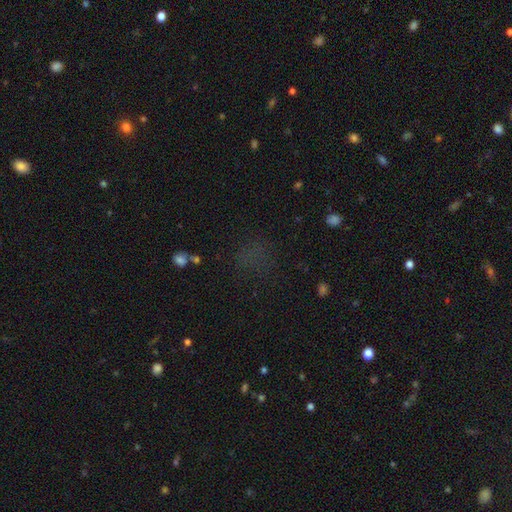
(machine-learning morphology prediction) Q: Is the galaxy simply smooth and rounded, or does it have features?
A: star or artifact — 47%.